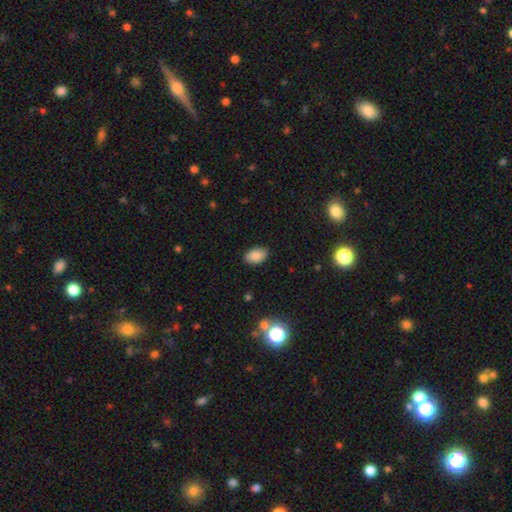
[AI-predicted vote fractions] Q: Smooth or featured?
A: smooth (87%); runner-up: star or artifact (9%)
Q: How rounded?
A: in between (89%); runner-up: round (10%)
Q: Merging?
A: none (86%); runner-up: minor disturbance (10%)